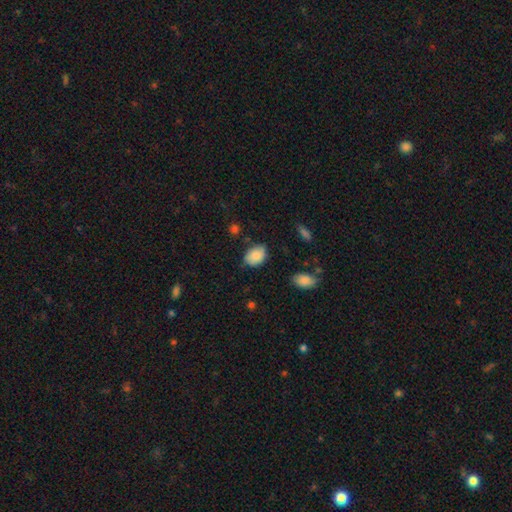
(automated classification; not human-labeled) Smooth or featured? Predicted: smooth (p=0.84). How rounded? Predicted: in between (p=0.73). Merging? Predicted: none (p=0.70).